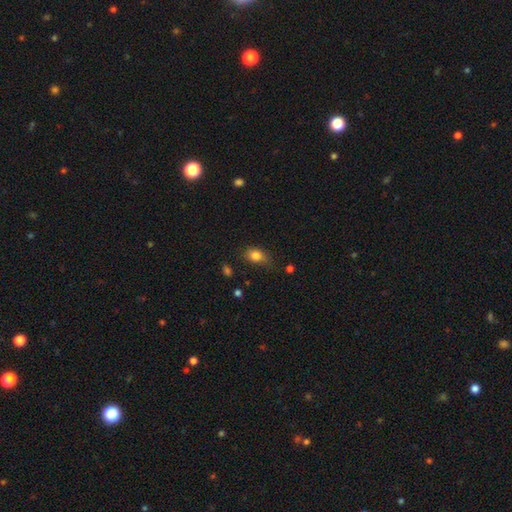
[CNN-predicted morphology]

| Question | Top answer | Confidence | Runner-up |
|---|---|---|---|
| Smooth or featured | smooth | 82% | star or artifact (10%) |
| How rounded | in between | 71% | round (26%) |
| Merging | none | 60% | minor disturbance (30%) |